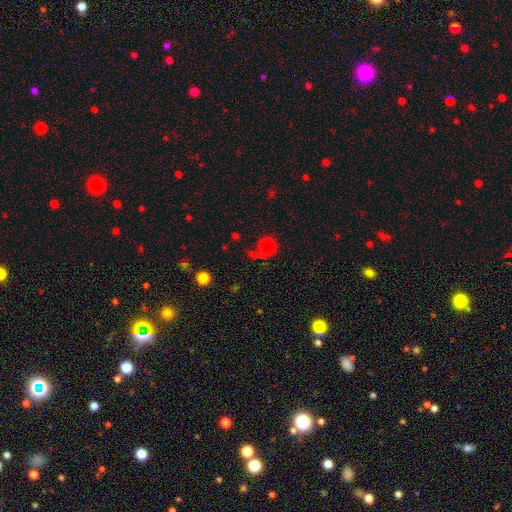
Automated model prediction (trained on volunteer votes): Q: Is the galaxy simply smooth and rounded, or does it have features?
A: smooth — 78%.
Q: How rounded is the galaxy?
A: round — 85%.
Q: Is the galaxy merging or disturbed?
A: none — 71%.